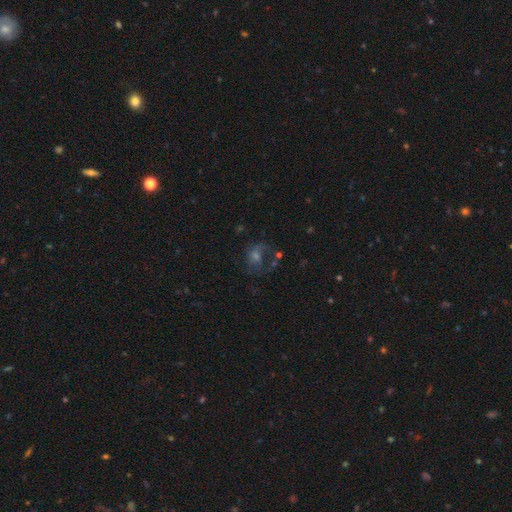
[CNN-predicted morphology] smooth_or_featured: featured or disk (p=0.48) [alt: smooth p=0.27]
merging: none (p=0.44) [alt: major disturbance p=0.31]